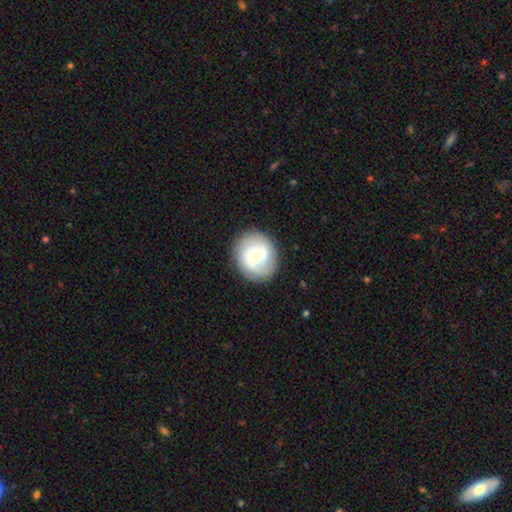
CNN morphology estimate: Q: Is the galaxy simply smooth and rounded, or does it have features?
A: featured or disk — 61%.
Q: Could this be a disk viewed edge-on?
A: no — 98%.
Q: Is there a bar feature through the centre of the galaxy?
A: no — 60%.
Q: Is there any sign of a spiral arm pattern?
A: yes — 88%.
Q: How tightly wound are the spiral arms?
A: tight — 53%.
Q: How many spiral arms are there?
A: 2 — 55%.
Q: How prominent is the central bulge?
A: small — 63%.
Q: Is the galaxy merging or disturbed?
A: none — 85%.